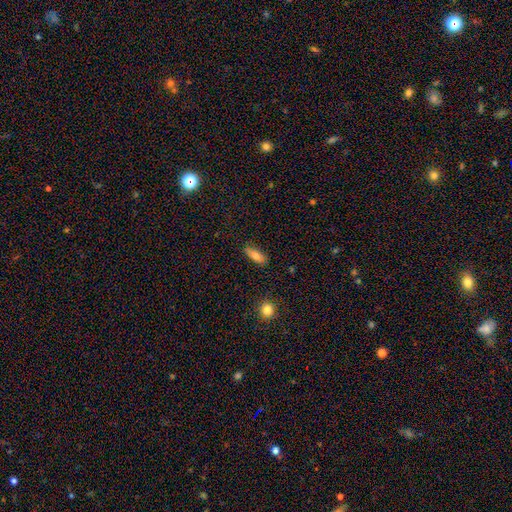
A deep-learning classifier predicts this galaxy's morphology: Smooth or featured? Predicted: smooth (p=0.75). How rounded? Predicted: in between (p=0.64). Merging? Predicted: none (p=0.81).